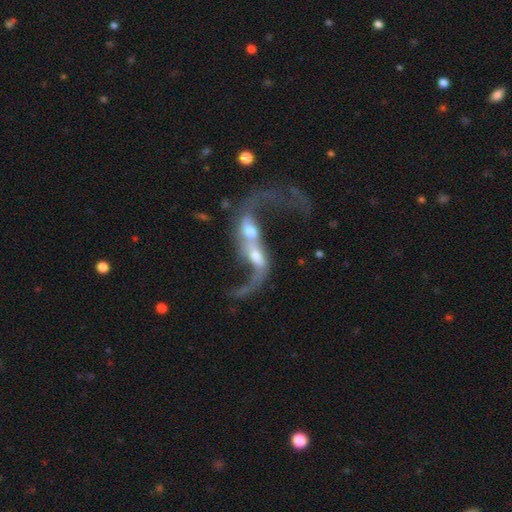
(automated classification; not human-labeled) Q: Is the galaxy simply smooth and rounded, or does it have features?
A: featured or disk — 62%.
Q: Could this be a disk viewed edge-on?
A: no — 85%.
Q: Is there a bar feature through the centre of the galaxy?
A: no — 56%.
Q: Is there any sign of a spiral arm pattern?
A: yes — 52%.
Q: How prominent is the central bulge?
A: moderate — 45%.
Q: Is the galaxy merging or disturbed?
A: merger — 82%.